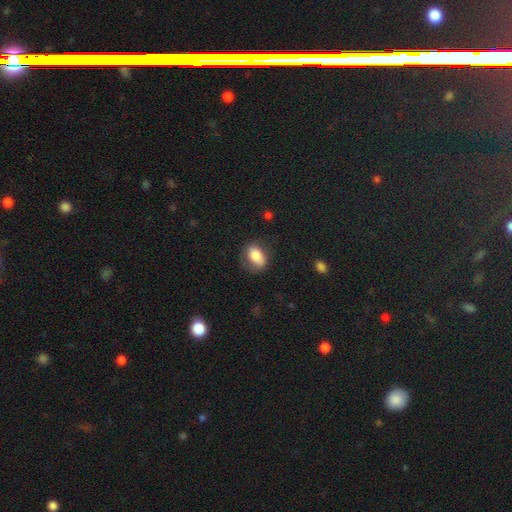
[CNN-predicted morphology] smooth_or_featured: smooth (p=0.80) [alt: featured or disk p=0.13]
how_rounded: in between (p=0.83) [alt: round p=0.14]
merging: none (p=0.65) [alt: minor disturbance p=0.23]